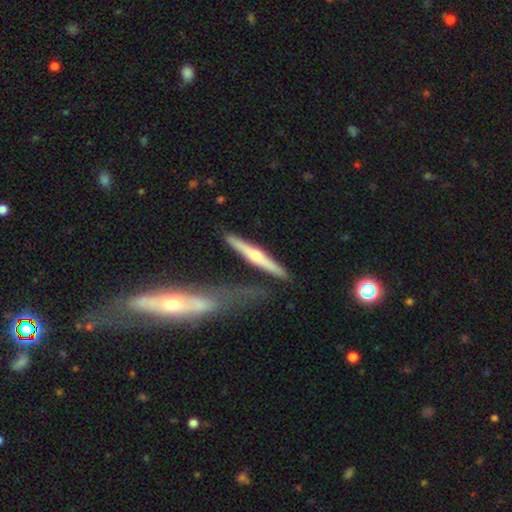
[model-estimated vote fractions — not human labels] Overall: featured or disk (63%; smooth 31%). Edge-on disk: yes (95%). Edge-on bulge: rounded (86%). Merging: none (75%).